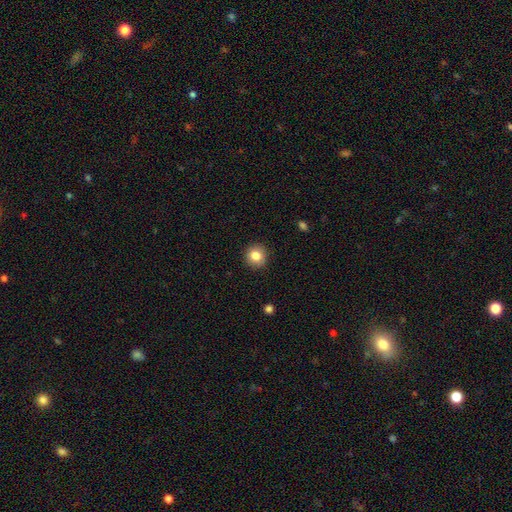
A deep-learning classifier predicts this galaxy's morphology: smooth 83%, star or artifact 10%, featured or disk 7%. Down the decision tree: how rounded — round (90%); merging — none (91%).